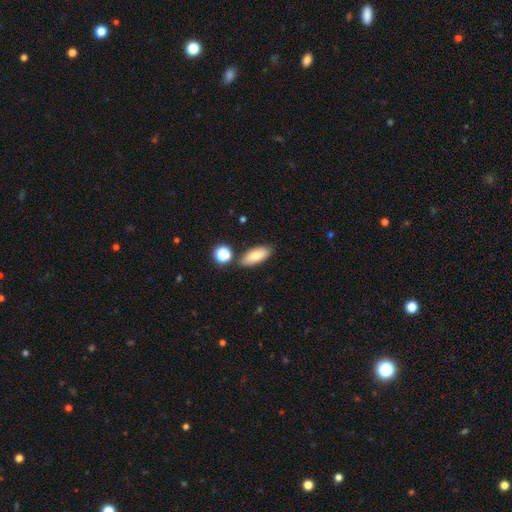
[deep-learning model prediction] The model was most divided on "smooth or featured": smooth: 77%, featured or disk: 15%, star or artifact: 8%. More confident: how rounded — in between (82%); merging — none (79%).